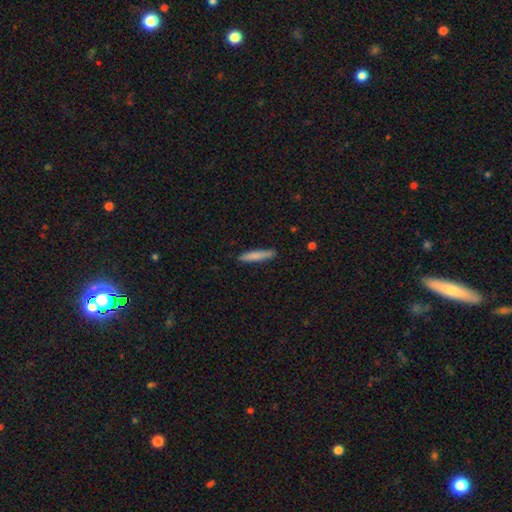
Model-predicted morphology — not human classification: Smooth or featured? smooth (79%)
How rounded? cigar-shaped (92%)
Merging? none (87%)